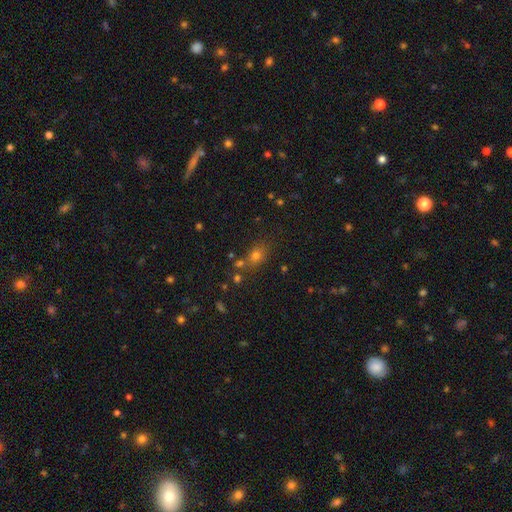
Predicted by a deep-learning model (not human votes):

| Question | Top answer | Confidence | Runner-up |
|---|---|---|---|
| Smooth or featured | smooth | 62% | star or artifact (27%) |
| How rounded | round | 57% | in between (40%) |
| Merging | none | 68% | merger (14%) |